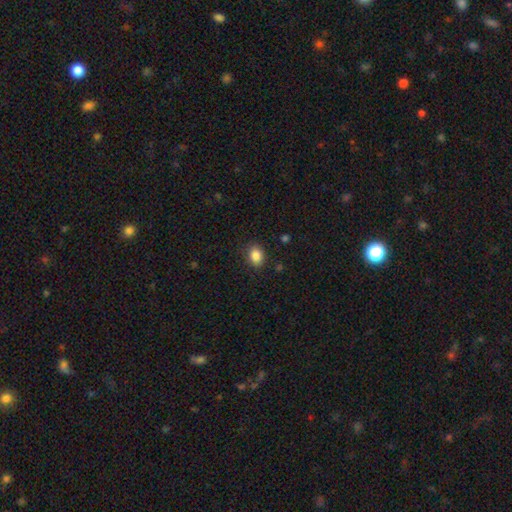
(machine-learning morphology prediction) Smooth or featured: smooth — 86% (star or artifact — 9%)
How rounded: in between — 66% (round — 33%)
Merging: none — 87% (minor disturbance — 9%)